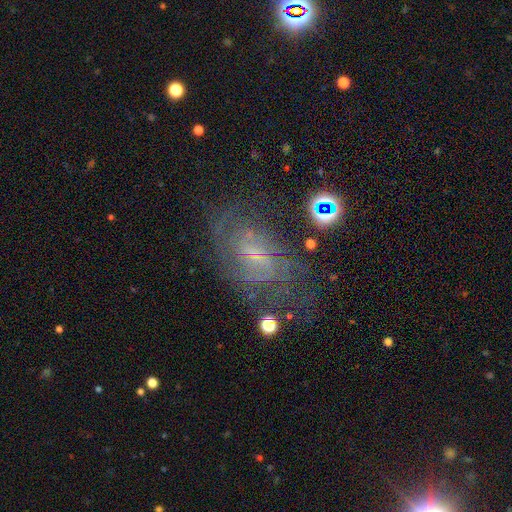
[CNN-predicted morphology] Smooth or featured?
  - featured or disk: 67% *
  - smooth: 18%
  - star or artifact: 15%
Edge-on disk?
  - no: 96% *
  - yes: 4%
Bar?
  - weak: 44% *
  - no: 42%
  - strong: 13%
Spiral arms?
  - yes: 76% *
  - no: 24%
Bulge size?
  - none: 46% *
  - small: 31%
  - moderate: 19%
  - large: 4%
  - dominant: 1%
Merging?
  - none: 54% *
  - minor disturbance: 21%
  - major disturbance: 21%
  - merger: 4%